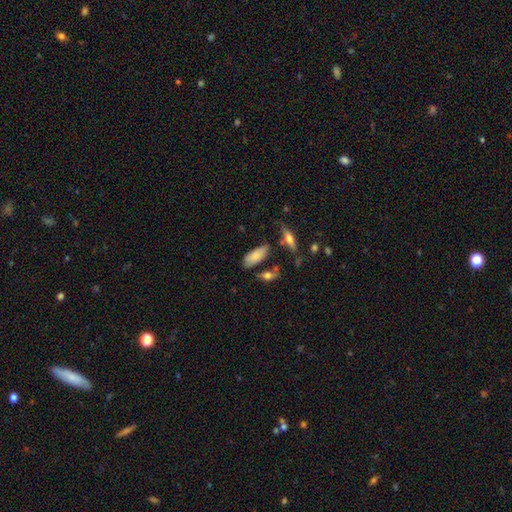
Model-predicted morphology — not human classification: The model was most divided on "merging": none: 63%, minor disturbance: 22%, merger: 9%, major disturbance: 6%. More confident: how rounded — in between (79%); smooth or featured — smooth (78%).